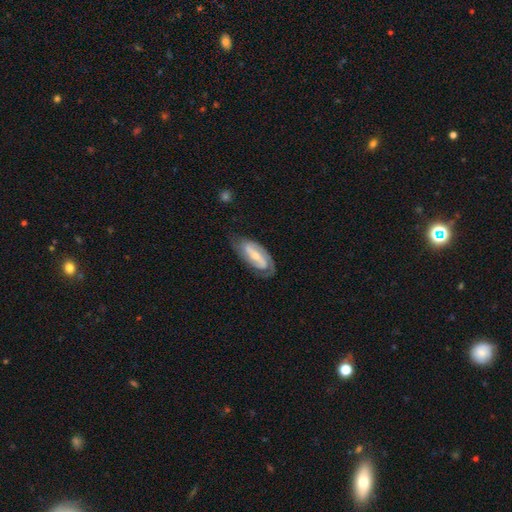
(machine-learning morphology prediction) This is likely a featured or disk galaxy (80%). It is clearly not viewed edge-on (93%). Bar: possibly strong (50%). Spiral arm pattern: clearly yes (94%). Spiral arm count: clearly 2 (80%). Spiral winding: possibly tight (48%). Central bulge: possibly small (59%). Merging: likely none (71%).